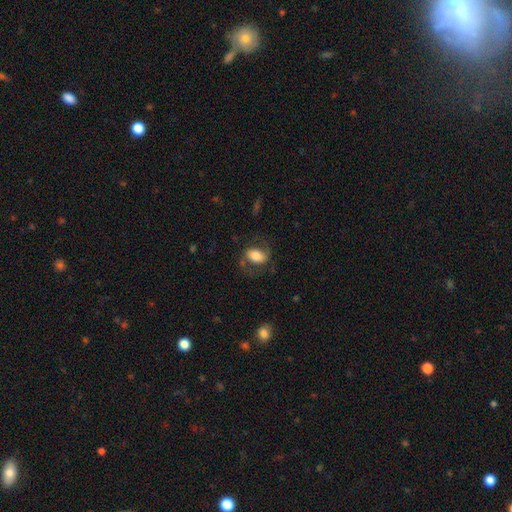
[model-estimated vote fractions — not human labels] A smooth galaxy with no disk features (56%) that is in between round and cigar-shaped (81%). Merging: none (64%).